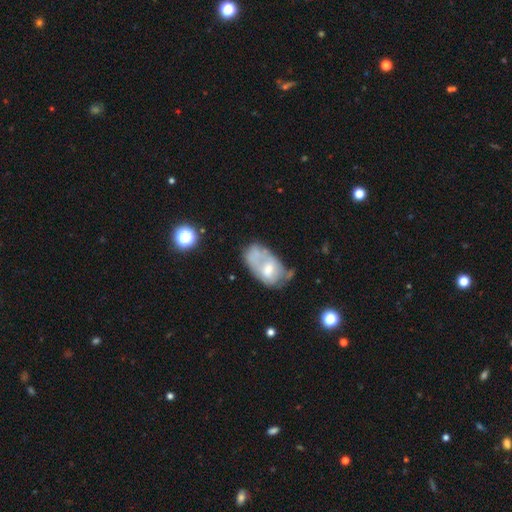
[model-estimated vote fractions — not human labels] Q: Smooth or featured?
A: smooth (47%); runner-up: featured or disk (44%)
Q: Merging?
A: merger (26%); runner-up: major disturbance (25%)